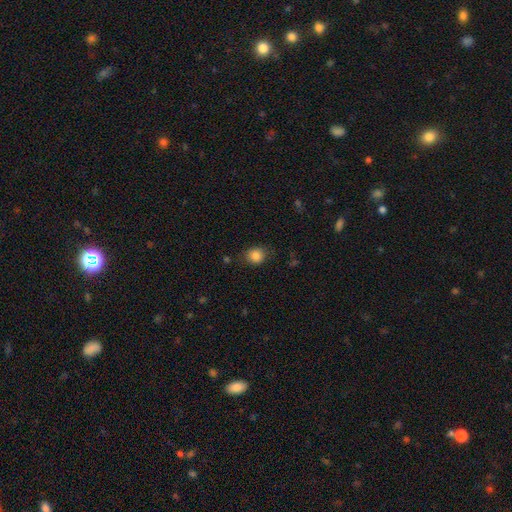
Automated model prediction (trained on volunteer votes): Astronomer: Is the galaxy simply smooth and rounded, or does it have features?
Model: smooth — 85%.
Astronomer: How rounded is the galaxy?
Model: round — 74%.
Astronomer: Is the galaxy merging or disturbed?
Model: none — 78%.